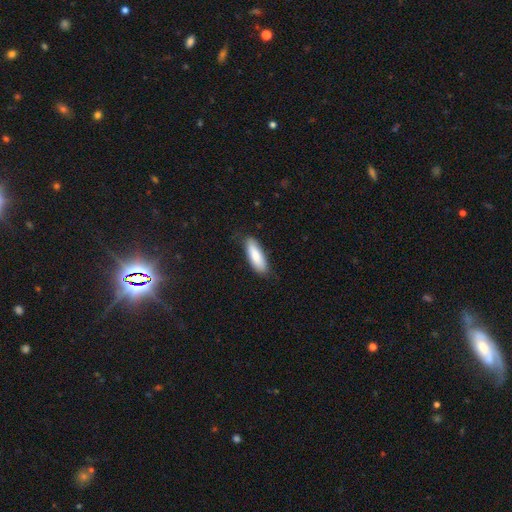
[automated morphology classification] The model was most divided on "how rounded": in between: 57%, cigar-shaped: 42%, round: 2%. More confident: smooth or featured — smooth (83%); merging — none (81%).